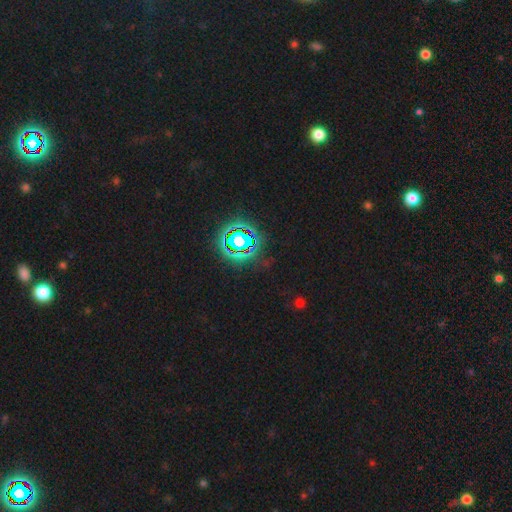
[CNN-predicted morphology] smooth-or-featured: star or artifact: 80% | smooth: 12% | featured or disk: 8%